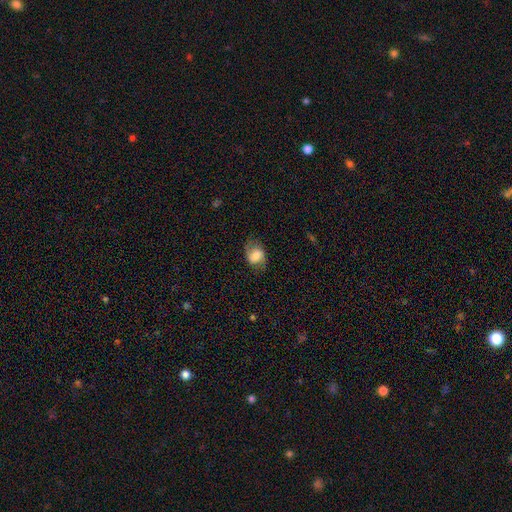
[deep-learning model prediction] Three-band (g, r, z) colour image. It shows a smooth galaxy with no disk features (54%) that is in between round and cigar-shaped (63%). Merging: none (66%).